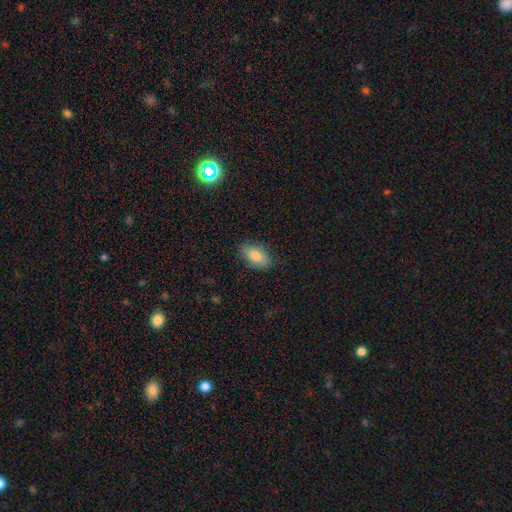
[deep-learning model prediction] smooth_or_featured: smooth (p=0.79) [alt: featured or disk p=0.13]
how_rounded: in between (p=0.88) [alt: cigar-shaped p=0.07]
merging: none (p=0.81) [alt: minor disturbance p=0.15]